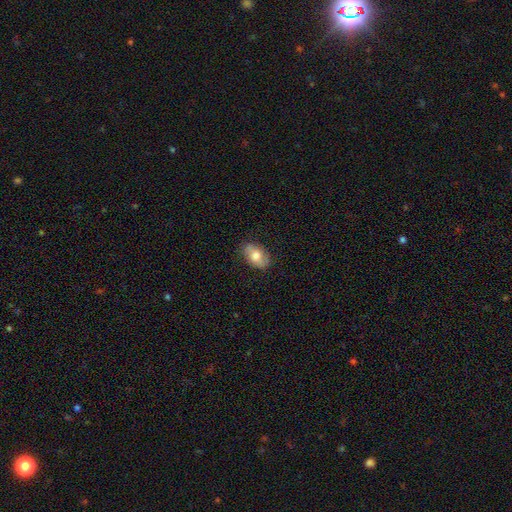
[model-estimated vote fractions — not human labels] Smooth or featured? Predicted: smooth (p=0.69). How rounded? Predicted: in between (p=0.88). Merging? Predicted: none (p=0.79).